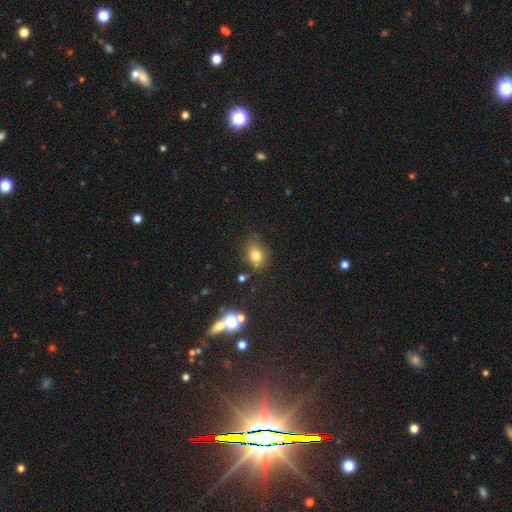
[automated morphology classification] Smooth or featured? Predicted: smooth (p=0.76). How rounded? Predicted: in between (p=0.63). Merging? Predicted: none (p=0.75).